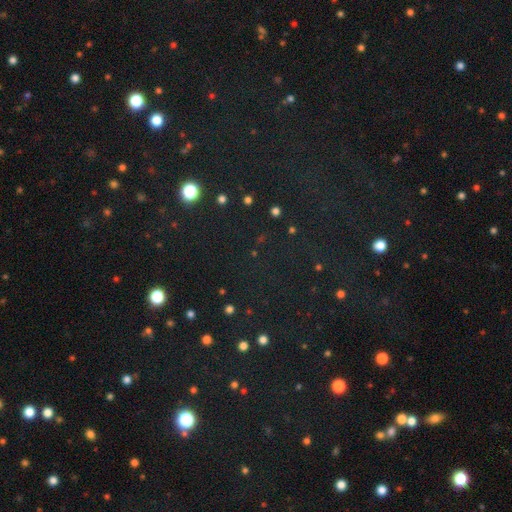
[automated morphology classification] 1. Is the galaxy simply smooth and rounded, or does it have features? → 73% star or artifact, 19% smooth, 8% featured or disk.